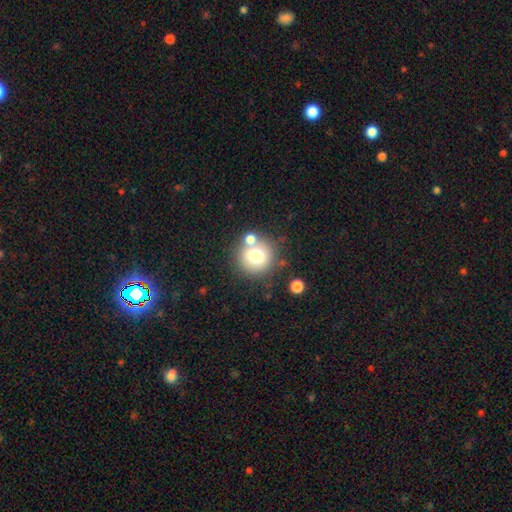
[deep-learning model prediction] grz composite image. It shows a smooth galaxy with no disk features (72%) that is round (89%). Merging: none (66%).